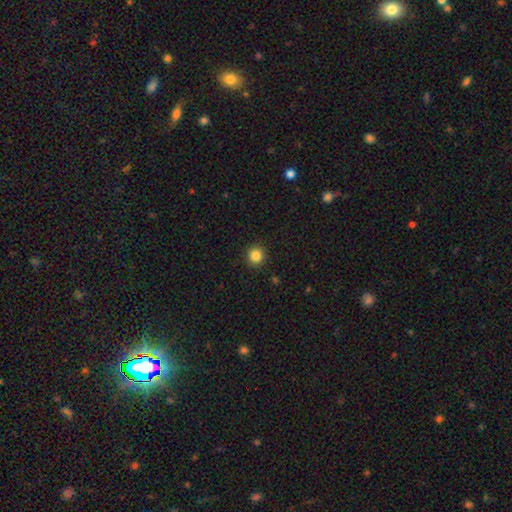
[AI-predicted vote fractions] Smooth or featured?
  - smooth: 85% *
  - star or artifact: 11%
  - featured or disk: 5%
How rounded?
  - round: 92% *
  - in between: 7%
  - cigar-shaped: 1%
Merging?
  - none: 92% *
  - minor disturbance: 5%
  - major disturbance: 2%
  - merger: 1%